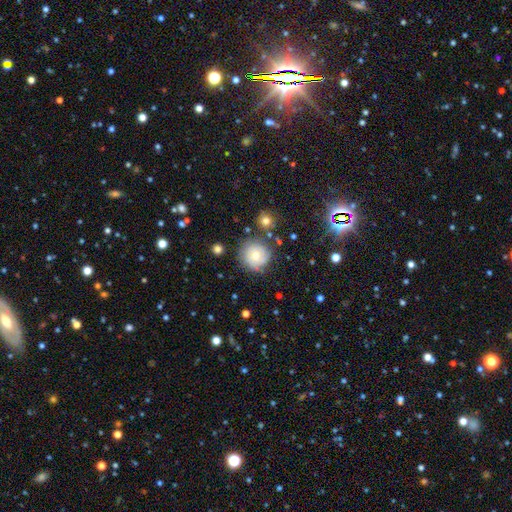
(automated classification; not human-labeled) Q: Smooth or featured?
A: smooth (44%); tied with: featured or disk (44%)
Q: Merging?
A: none (77%); runner-up: minor disturbance (15%)